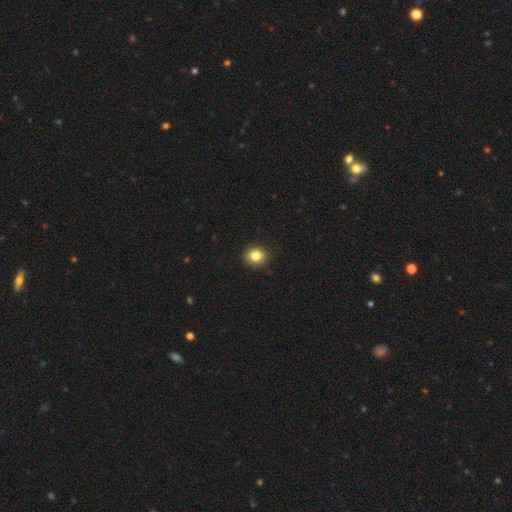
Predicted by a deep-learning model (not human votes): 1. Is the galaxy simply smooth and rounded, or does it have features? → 83% smooth, 10% star or artifact, 6% featured or disk.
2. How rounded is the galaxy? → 86% round, 13% in between, 1% cigar-shaped.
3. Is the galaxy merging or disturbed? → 91% none, 6% minor disturbance, 2% major disturbance, 1% merger.